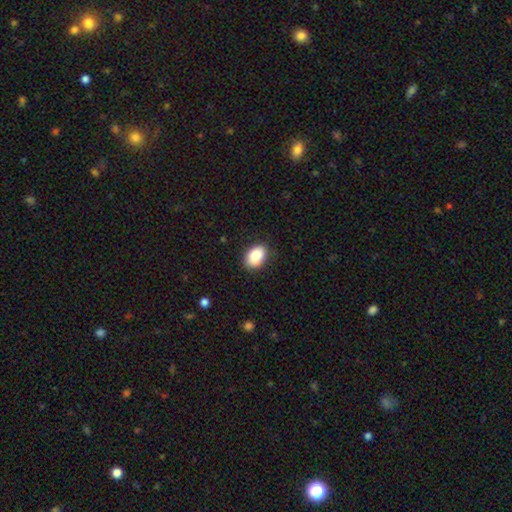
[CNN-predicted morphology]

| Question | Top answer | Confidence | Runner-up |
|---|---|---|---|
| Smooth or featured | smooth | 89% | star or artifact (7%) |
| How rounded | in between | 87% | round (12%) |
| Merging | none | 82% | minor disturbance (14%) |